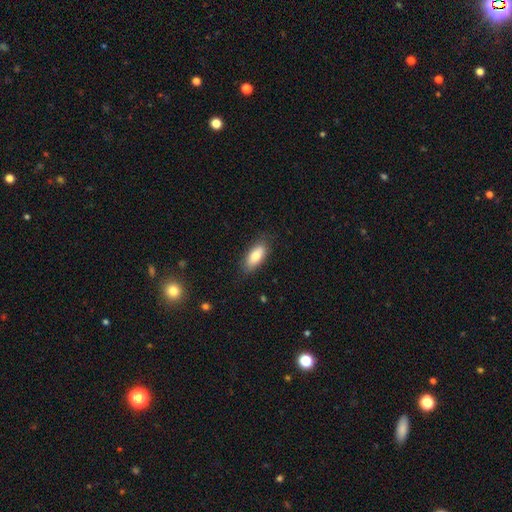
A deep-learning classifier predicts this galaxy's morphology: smooth-or-featured: smooth: 79% | featured or disk: 14% | star or artifact: 6%
  how-rounded: in between: 85% | cigar-shaped: 12% | round: 2%
  merging: none: 82% | minor disturbance: 14% | major disturbance: 3% | merger: 1%